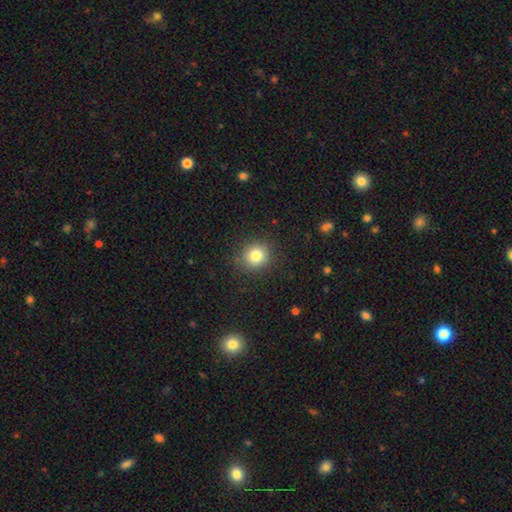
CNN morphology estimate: A smooth galaxy with no disk features (81%) that is round (90%).

Vote fractions:
- Smooth or featured? smooth: 81% / star or artifact: 12% / featured or disk: 7%
- How rounded? round: 90% / in between: 9% / cigar-shaped: 1%
- Merging? none: 88% / minor disturbance: 8% / major disturbance: 3% / merger: 1%